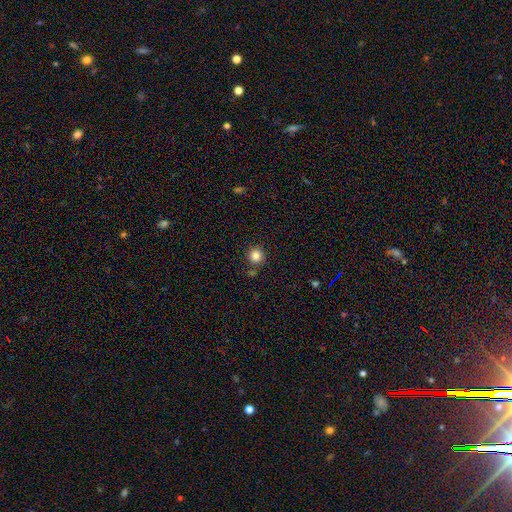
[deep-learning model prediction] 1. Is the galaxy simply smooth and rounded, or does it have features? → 84% smooth, 11% star or artifact, 5% featured or disk.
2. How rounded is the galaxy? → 95% round, 4% in between, 1% cigar-shaped.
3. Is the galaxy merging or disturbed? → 84% none, 7% minor disturbance, 6% merger, 2% major disturbance.